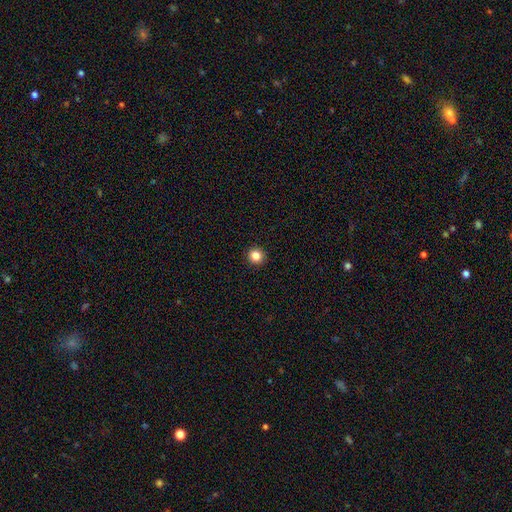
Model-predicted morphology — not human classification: This is clearly a smooth galaxy (84%). How rounded: clearly round (95%). Merging: clearly none (94%).